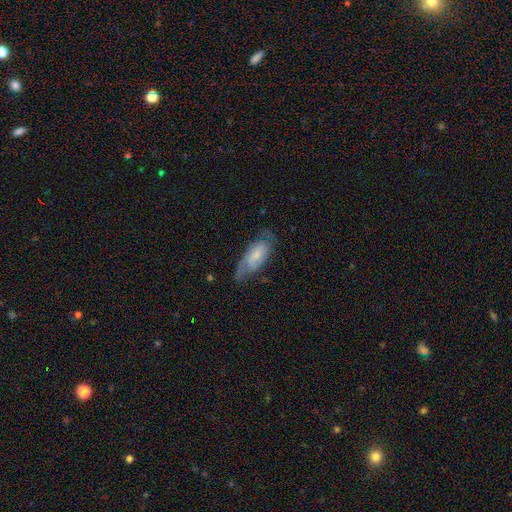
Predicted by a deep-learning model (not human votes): smooth_or_featured: featured or disk (p=0.50) [alt: smooth p=0.43]
disk_edge_on: no (p=0.86) [alt: yes p=0.14]
merging: none (p=0.58) [alt: minor disturbance p=0.27]